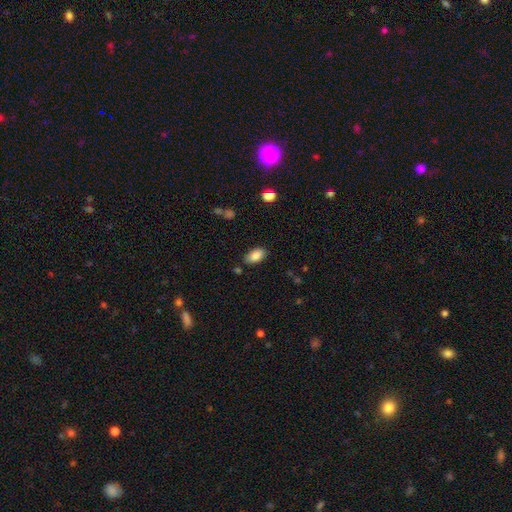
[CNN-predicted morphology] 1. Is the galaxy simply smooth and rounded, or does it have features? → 86% smooth, 7% star or artifact, 6% featured or disk.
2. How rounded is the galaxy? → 93% in between, 4% round, 3% cigar-shaped.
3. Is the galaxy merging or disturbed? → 82% none, 12% minor disturbance, 3% major disturbance, 3% merger.